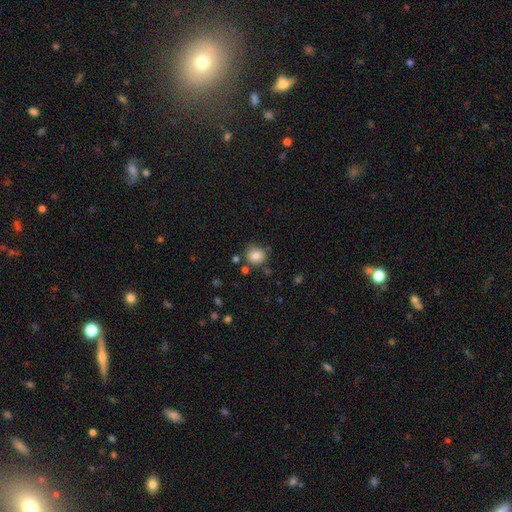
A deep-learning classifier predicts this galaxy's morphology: The model was most divided on "how rounded": round: 77%, in between: 22%, cigar-shaped: 1%. More confident: smooth or featured — smooth (83%); merging — none (74%).